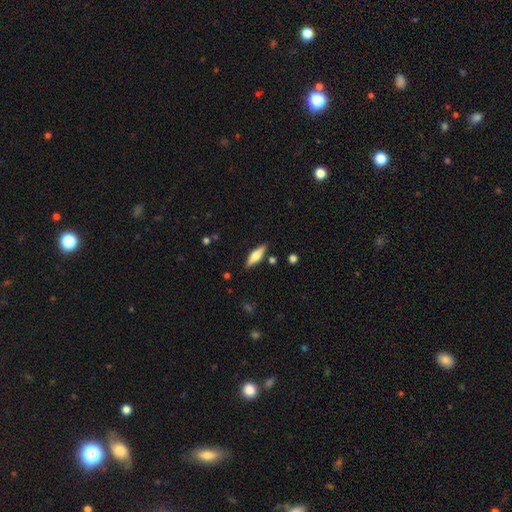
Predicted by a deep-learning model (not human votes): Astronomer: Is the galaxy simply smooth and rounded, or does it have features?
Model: smooth — 56% (runner-up: featured or disk, 38%).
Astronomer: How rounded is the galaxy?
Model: cigar-shaped — 55% (runner-up: in between, 43%).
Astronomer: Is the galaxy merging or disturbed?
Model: none — 85%.